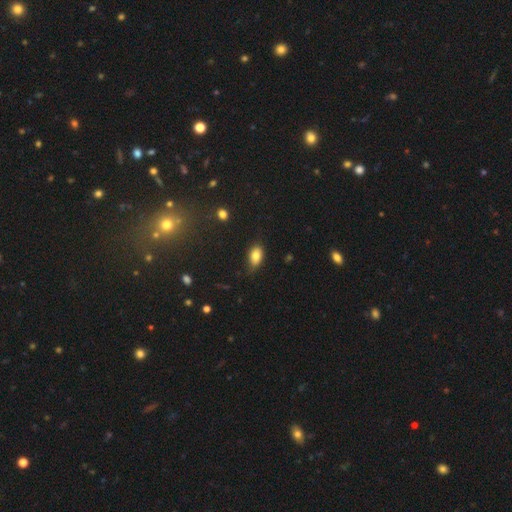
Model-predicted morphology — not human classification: Smooth or featured? Predicted: smooth (p=0.81). How rounded? Predicted: in between (p=0.89). Merging? Predicted: none (p=0.68).